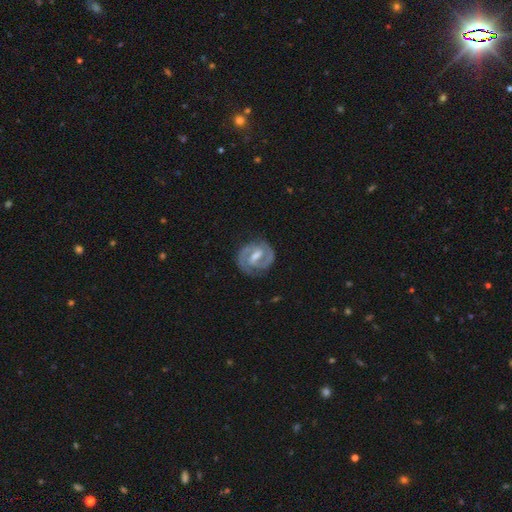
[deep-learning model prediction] smooth-or-featured: featured or disk: 86% | smooth: 10% | star or artifact: 4%
  disk-edge-on: no: 98% | yes: 2%
    bar: weak: 47% | strong: 43% | no: 11%
    has-spiral-arms: yes: 94% | no: 6%
      spiral-winding: tight: 50% | medium: 42% | loose: 8%
      spiral-arm-count: 2: 88% | can't tell: 5% | 1: 2% | 3: 2% | 4: 1% | more than 4: 1%
    bulge-size: moderate: 53% | small: 27% | large: 9% | none: 9% | dominant: 1%
  merging: none: 79% | minor disturbance: 14% | major disturbance: 5% | merger: 1%